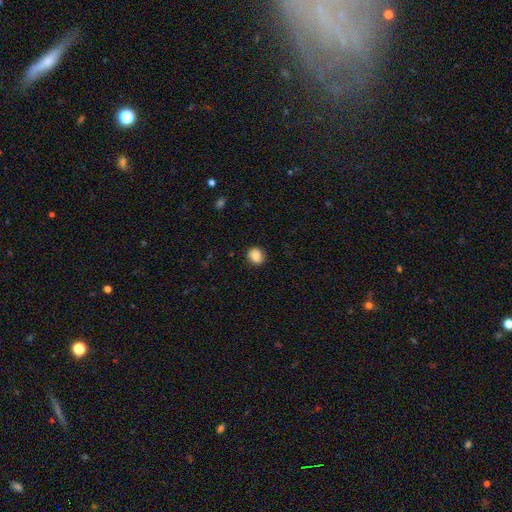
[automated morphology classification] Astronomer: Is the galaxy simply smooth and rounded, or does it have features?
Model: smooth — 85%.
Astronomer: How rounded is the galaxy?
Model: round — 73%.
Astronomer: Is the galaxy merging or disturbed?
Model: none — 85%.